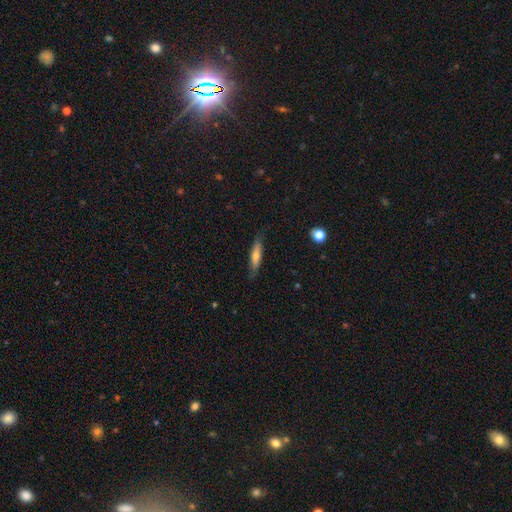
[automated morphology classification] Overall: smooth (55%; featured or disk 39%). How rounded: cigar-shaped (84%). Merging: none (80%).